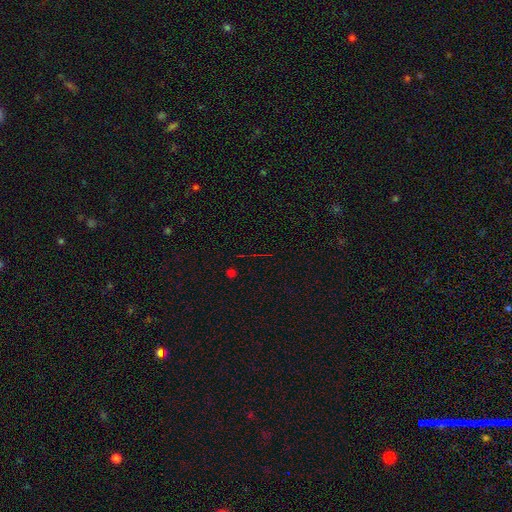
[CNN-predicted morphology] Q: Smooth or featured?
A: star or artifact (69%); runner-up: smooth (20%)